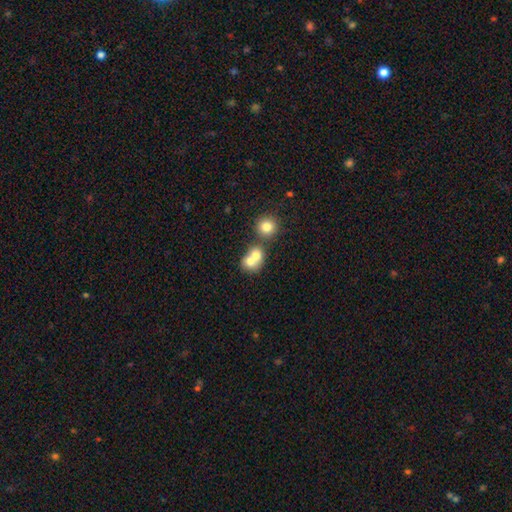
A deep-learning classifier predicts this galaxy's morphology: A smooth galaxy with no disk features (71%) that is round (70%). Merging: merger (64%).